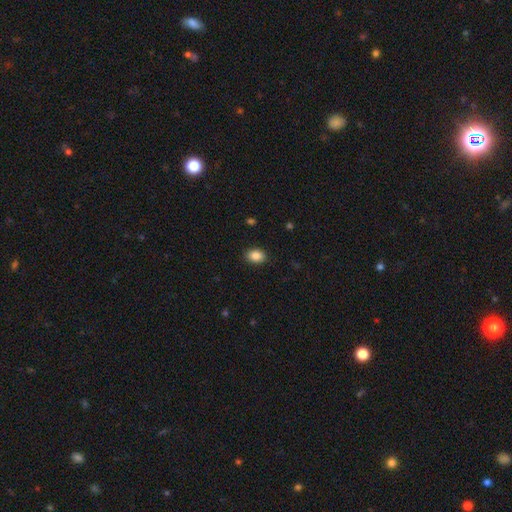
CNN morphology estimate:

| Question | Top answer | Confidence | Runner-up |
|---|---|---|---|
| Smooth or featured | smooth | 87% | star or artifact (8%) |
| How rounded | in between | 75% | round (24%) |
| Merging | none | 89% | minor disturbance (8%) |